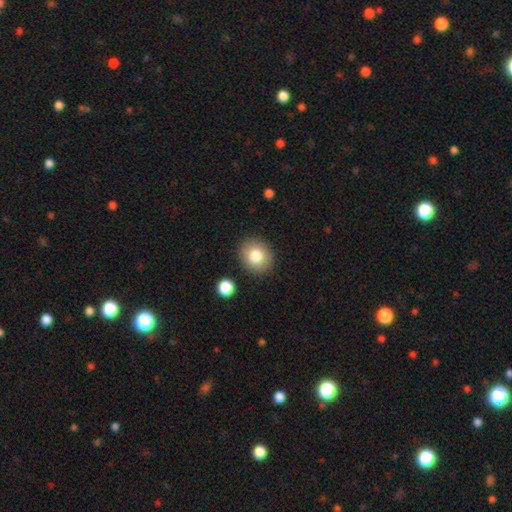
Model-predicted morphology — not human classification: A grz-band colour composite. It shows a smooth galaxy with no disk features (80%) that is round (76%). Merging: none (87%).